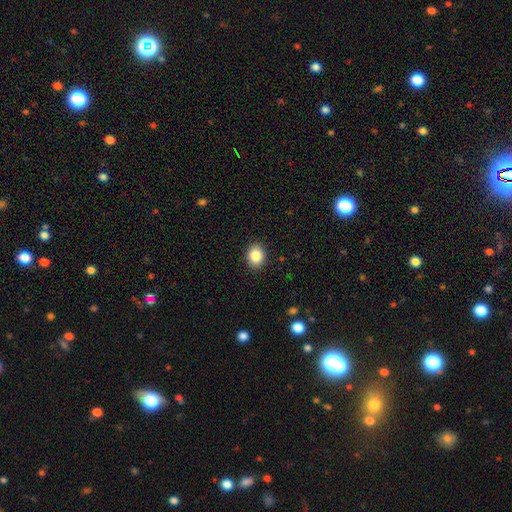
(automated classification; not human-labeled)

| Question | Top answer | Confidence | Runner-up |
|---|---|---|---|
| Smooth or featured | smooth | 86% | star or artifact (9%) |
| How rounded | round | 51% | in between (48%) |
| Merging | none | 89% | minor disturbance (8%) |